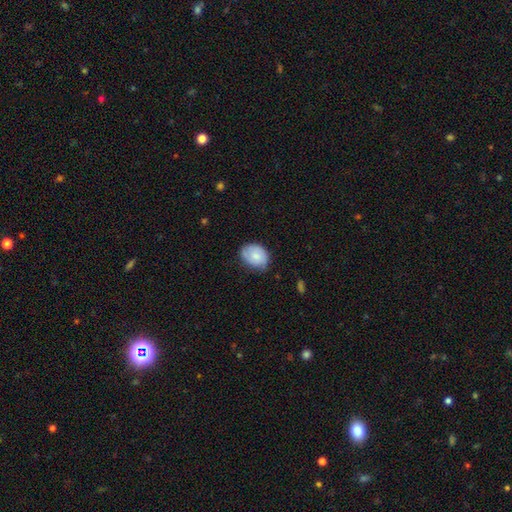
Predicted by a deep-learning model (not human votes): This is likely a smooth galaxy (72%). How rounded: likely in between (64%). Merging: likely none (64%).